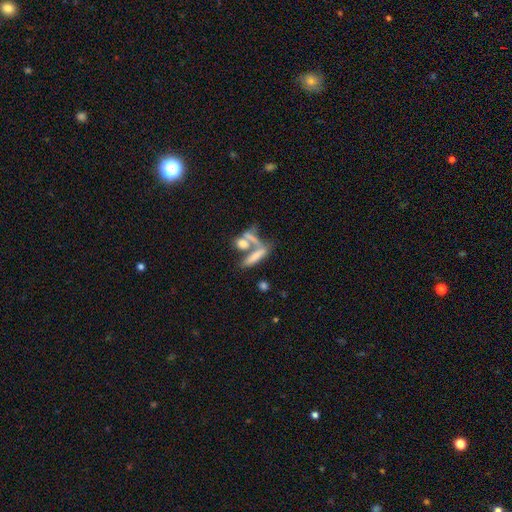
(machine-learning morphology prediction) type=smooth (62%); roundness=cigar-shaped (61%); merging=merger (50%).